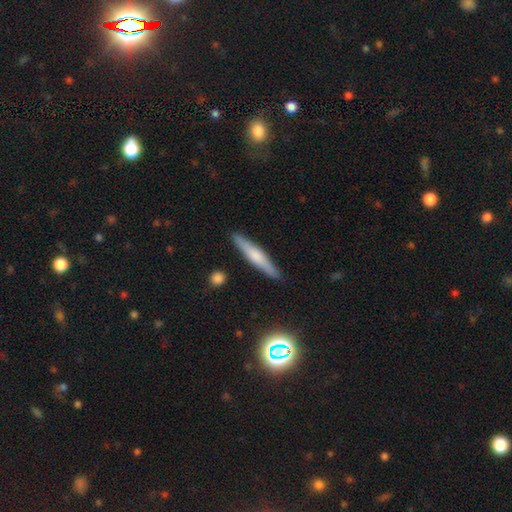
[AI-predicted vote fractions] smooth_or_featured: smooth (p=0.48) [alt: featured or disk p=0.45]
merging: none (p=0.89) [alt: minor disturbance p=0.08]